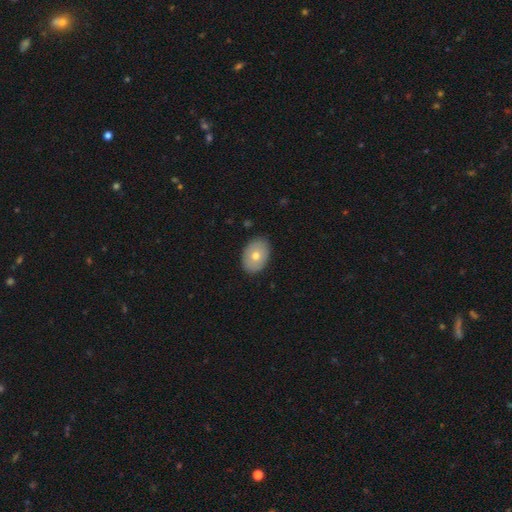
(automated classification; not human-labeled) A smooth galaxy with no disk features (69%) that is in between round and cigar-shaped (76%).

Vote fractions:
- Smooth or featured? smooth: 69% / featured or disk: 24% / star or artifact: 7%
- How rounded? in between: 76% / round: 23% / cigar-shaped: 1%
- Merging? none: 88% / minor disturbance: 9% / major disturbance: 2% / merger: 1%